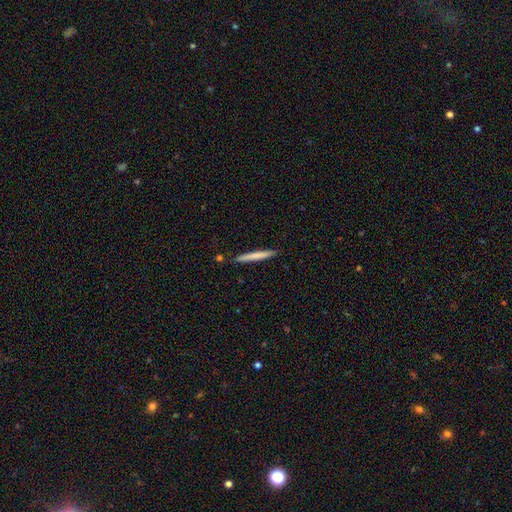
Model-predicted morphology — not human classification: Q: Smooth or featured?
A: smooth (70%); runner-up: featured or disk (25%)
Q: How rounded?
A: cigar-shaped (97%); runner-up: in between (2%)
Q: Merging?
A: none (90%); runner-up: minor disturbance (7%)